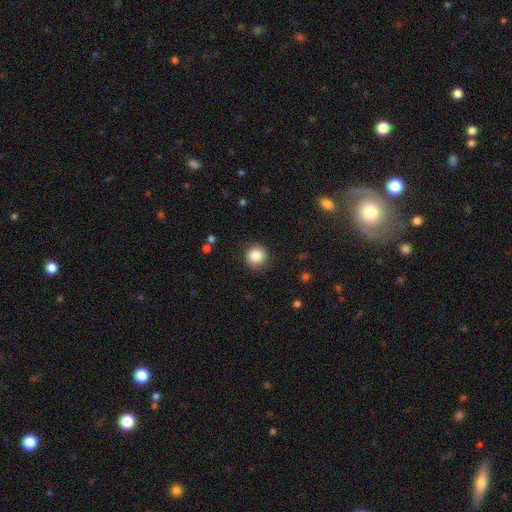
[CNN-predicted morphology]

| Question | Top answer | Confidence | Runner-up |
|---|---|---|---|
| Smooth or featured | smooth | 86% | star or artifact (10%) |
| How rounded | round | 94% | in between (5%) |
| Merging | none | 89% | minor disturbance (8%) |